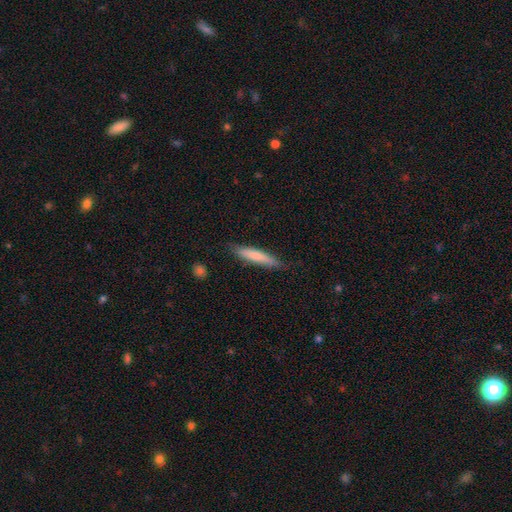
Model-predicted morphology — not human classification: smooth 74%, featured or disk 21%, star or artifact 6%. Down the decision tree: how rounded — cigar-shaped (90%); merging — none (83%).